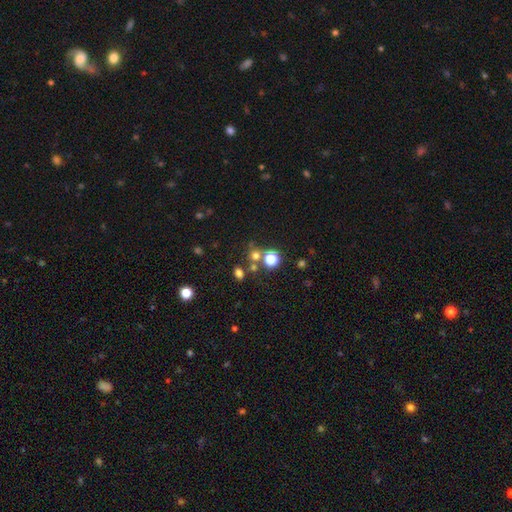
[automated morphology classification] Overall: smooth (63%; star or artifact 27%). How rounded: round (86%). Merging: none (66%).